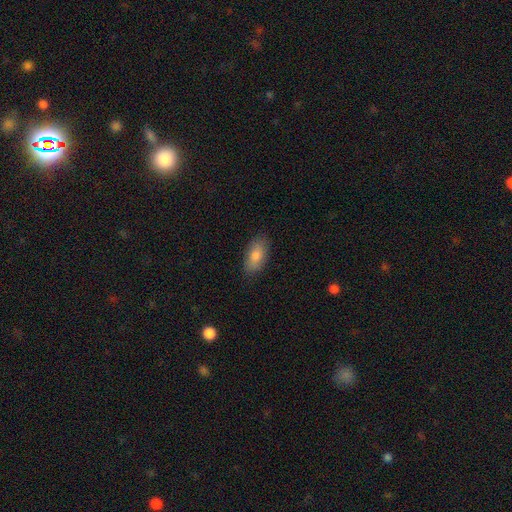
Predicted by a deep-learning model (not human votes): Smooth or featured: smooth — 81% (featured or disk — 12%)
How rounded: in between — 89% (cigar-shaped — 7%)
Merging: none — 85% (minor disturbance — 12%)